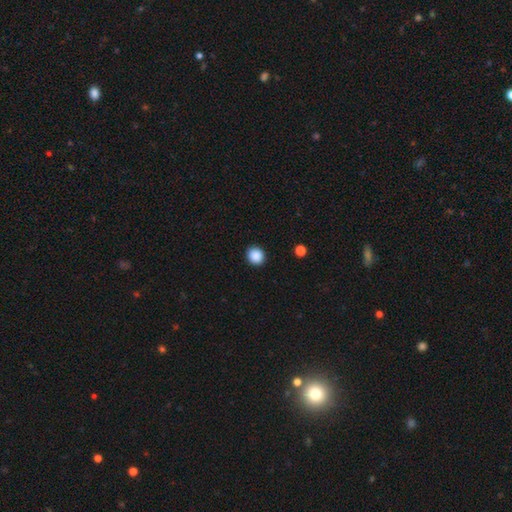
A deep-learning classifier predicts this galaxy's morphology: The model was most divided on "how rounded": round: 85%, in between: 14%, cigar-shaped: 1%. More confident: merging — none (92%); smooth or featured — smooth (89%).